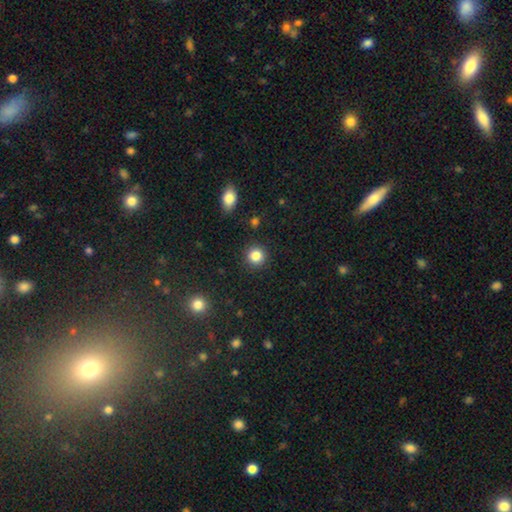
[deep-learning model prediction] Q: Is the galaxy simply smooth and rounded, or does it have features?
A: smooth — 85%.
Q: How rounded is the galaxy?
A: round — 91%.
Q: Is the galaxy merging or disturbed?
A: none — 91%.